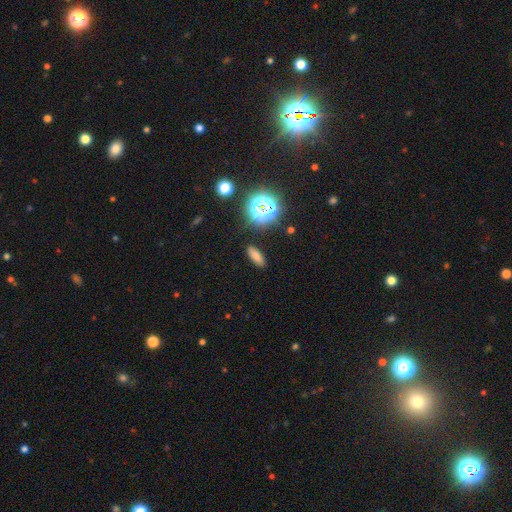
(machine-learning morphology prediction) Smooth or featured? smooth (72%)
How rounded? in between (62%)
Merging? none (87%)